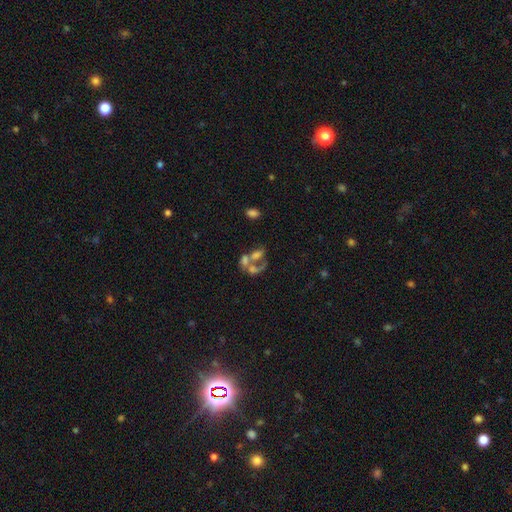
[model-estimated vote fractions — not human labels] Smooth or featured: featured or disk — 45% (smooth — 39%)
Merging: merger — 59% (major disturbance — 17%)